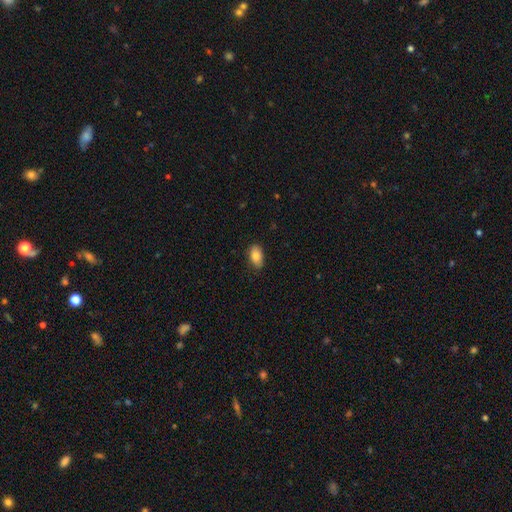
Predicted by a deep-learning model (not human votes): smooth 85%, featured or disk 8%, star or artifact 7%. Down the decision tree: how rounded — in between (92%); merging — none (84%).